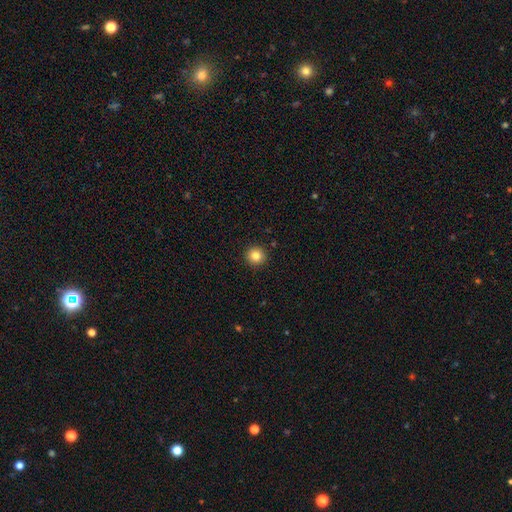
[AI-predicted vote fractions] The model was most divided on "smooth or featured": smooth: 83%, star or artifact: 11%, featured or disk: 7%. More confident: how rounded — round (95%); merging — none (93%).